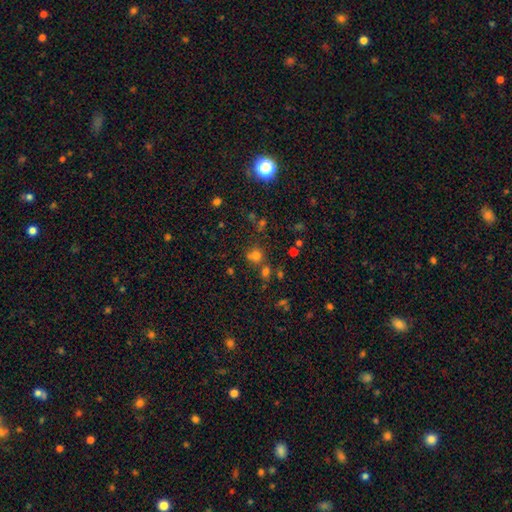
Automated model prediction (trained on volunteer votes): Smooth or featured? Predicted: smooth (p=0.68). How rounded? Predicted: round (p=0.84). Merging? Predicted: none (p=0.60).